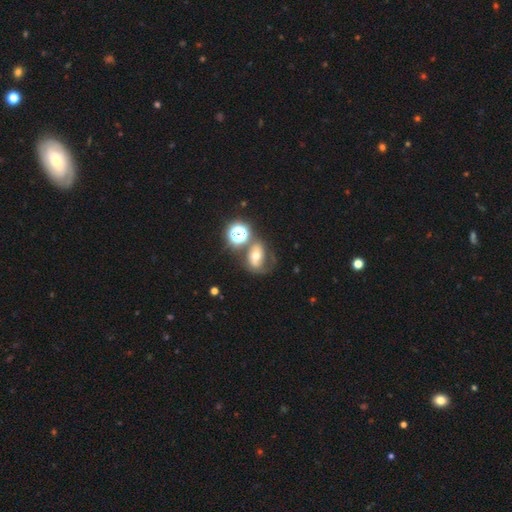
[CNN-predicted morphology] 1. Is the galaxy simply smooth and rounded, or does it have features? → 41% smooth, 40% featured or disk, 18% star or artifact.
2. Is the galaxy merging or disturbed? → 43% none, 21% merger, 19% minor disturbance, 17% major disturbance.